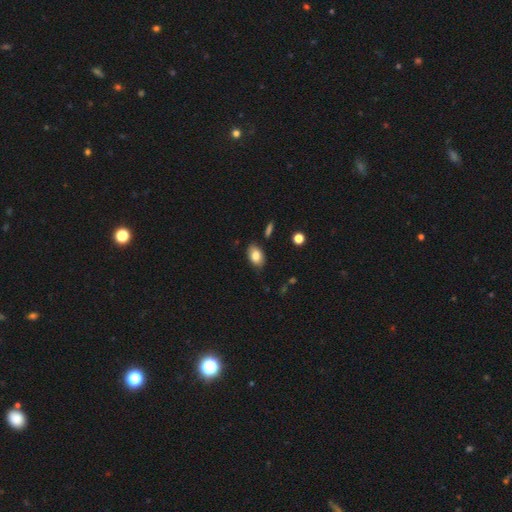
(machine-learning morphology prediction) smooth_or_featured: smooth (p=0.80) [alt: featured or disk p=0.12]
how_rounded: in between (p=0.89) [alt: round p=0.09]
merging: none (p=0.81) [alt: minor disturbance p=0.15]